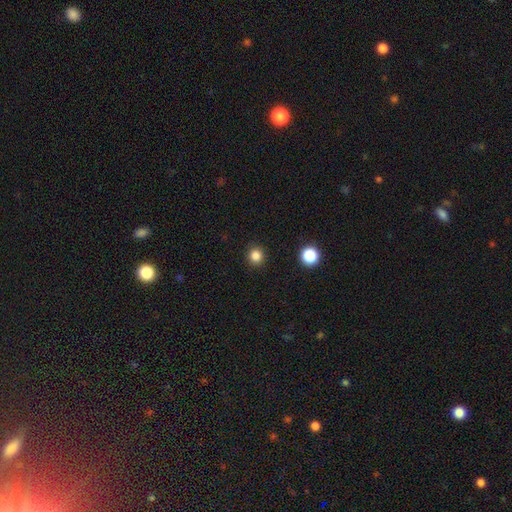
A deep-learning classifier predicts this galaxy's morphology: A smooth galaxy with no disk features (84%) that is round (92%). Merging: none (92%).